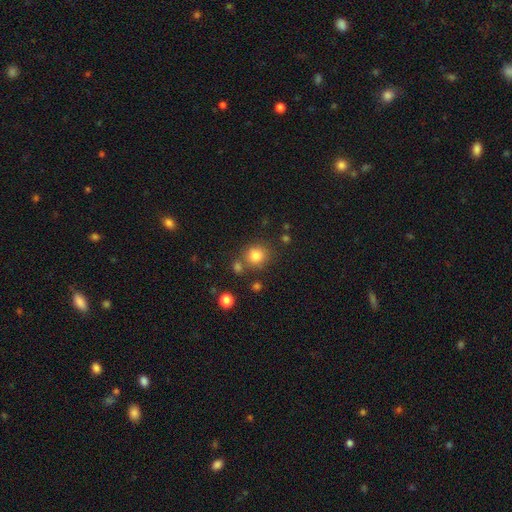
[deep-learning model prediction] Overall: smooth (82%). How rounded: round (86%). Merging: none (73%).